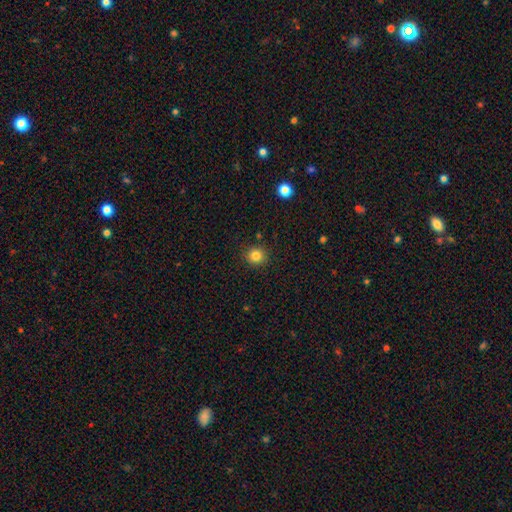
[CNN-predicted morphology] Overall: smooth (83%). How rounded: round (90%). Merging: none (89%).